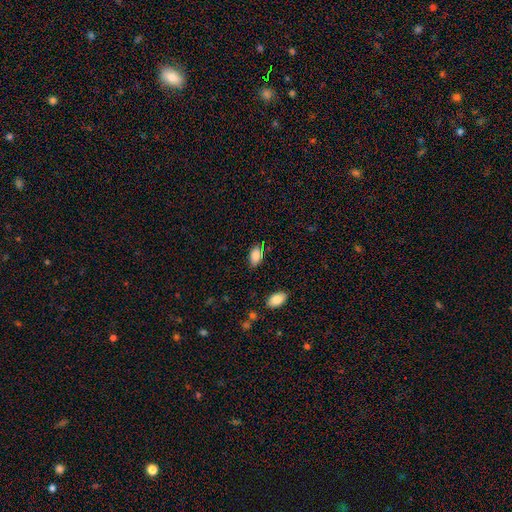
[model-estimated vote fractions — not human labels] Morphology: type=smooth (84%); roundness=in between (90%); merging=none (77%).